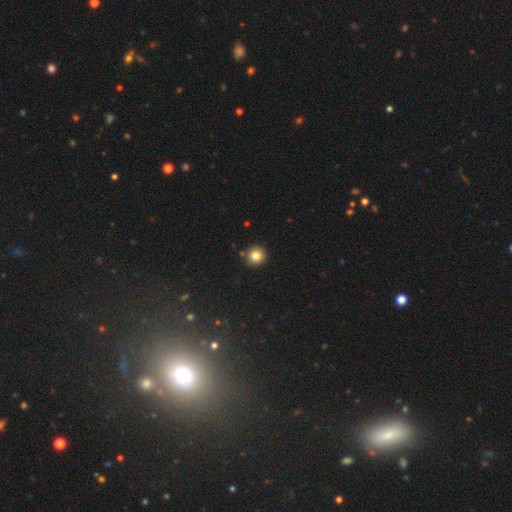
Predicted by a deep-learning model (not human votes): Smooth or featured? smooth (82%)
How rounded? round (94%)
Merging? none (86%)